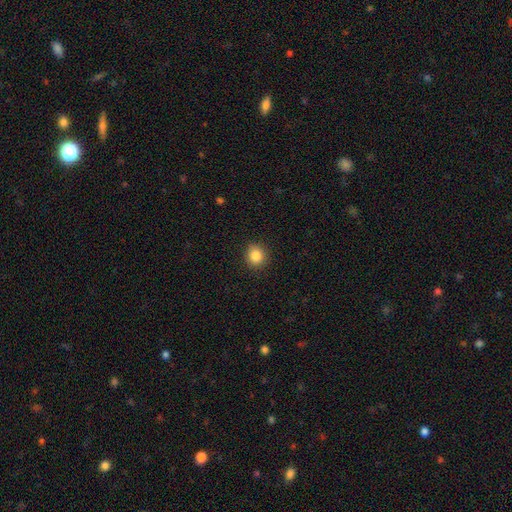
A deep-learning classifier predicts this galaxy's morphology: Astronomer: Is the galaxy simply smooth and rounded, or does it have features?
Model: smooth — 85%.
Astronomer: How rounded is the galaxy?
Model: round — 86%.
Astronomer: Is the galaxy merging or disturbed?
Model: none — 90%.